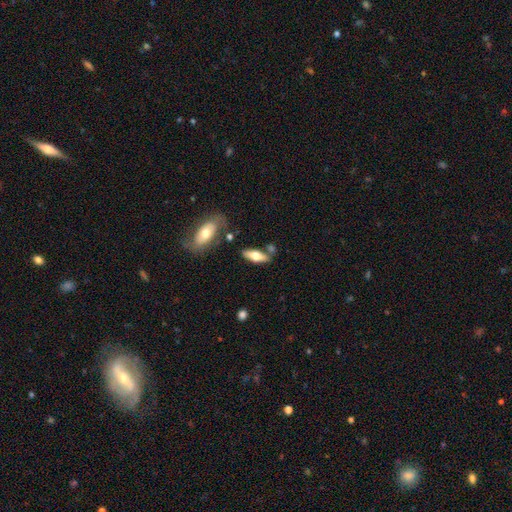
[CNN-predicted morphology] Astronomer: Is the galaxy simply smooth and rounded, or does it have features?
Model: smooth — 53% (runner-up: featured or disk, 41%).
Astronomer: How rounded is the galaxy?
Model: in between — 64%.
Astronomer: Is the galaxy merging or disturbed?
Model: none — 69%.